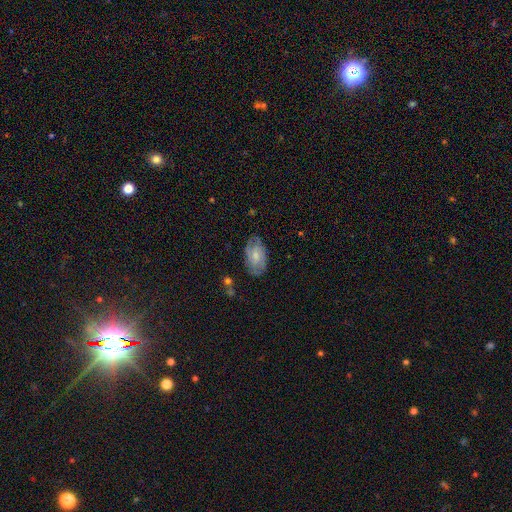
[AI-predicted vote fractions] Smooth or featured?
  - featured or disk: 53% *
  - smooth: 40%
  - star or artifact: 7%
Edge-on disk?
  - no: 95% *
  - yes: 5%
Bar?
  - no: 55% *
  - weak: 39%
  - strong: 6%
Spiral arms?
  - yes: 80% *
  - no: 20%
Bulge size?
  - small: 46% *
  - moderate: 39%
  - none: 10%
  - large: 4%
  - dominant: 1%
Merging?
  - none: 72% *
  - minor disturbance: 20%
  - major disturbance: 6%
  - merger: 2%